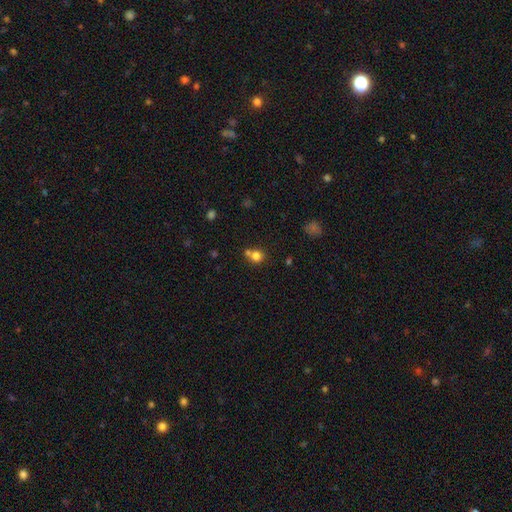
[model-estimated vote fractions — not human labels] smooth_or_featured: smooth (p=0.79) [alt: star or artifact p=0.13]
how_rounded: round (p=0.85) [alt: in between p=0.14]
merging: none (p=0.53) [alt: merger p=0.35]